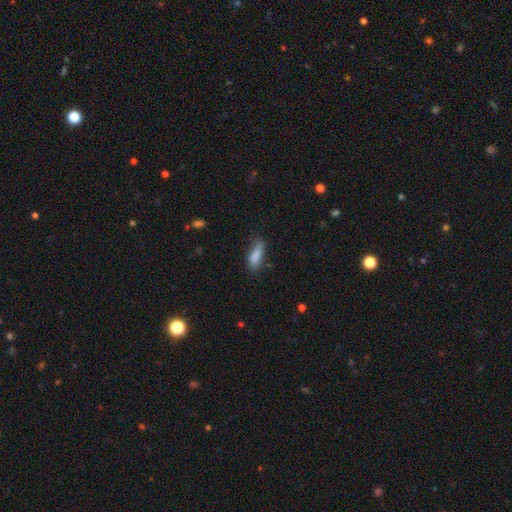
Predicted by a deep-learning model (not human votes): smooth-or-featured: smooth: 83% | featured or disk: 10% | star or artifact: 7%
  how-rounded: in between: 61% | cigar-shaped: 37% | round: 2%
  merging: none: 60% | minor disturbance: 29% | major disturbance: 8% | merger: 3%